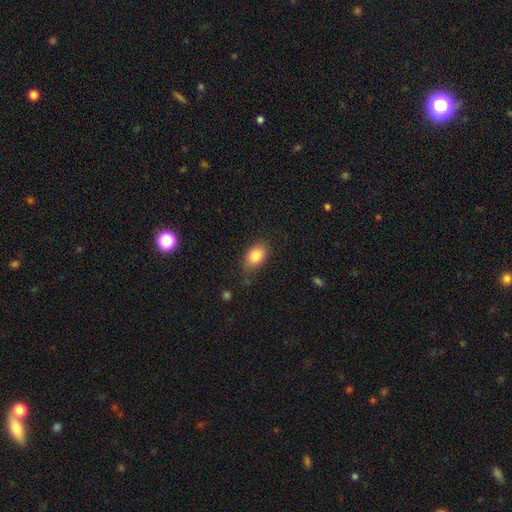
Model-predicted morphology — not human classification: Smooth or featured? Predicted: smooth (p=0.82). How rounded? Predicted: in between (p=0.84). Merging? Predicted: none (p=0.76).